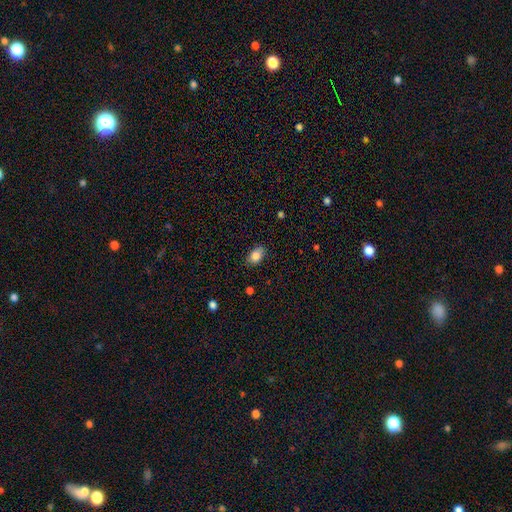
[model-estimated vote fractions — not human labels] Smooth or featured?
  - smooth: 85% *
  - star or artifact: 8%
  - featured or disk: 7%
How rounded?
  - in between: 87% *
  - round: 11%
  - cigar-shaped: 2%
Merging?
  - none: 85% *
  - minor disturbance: 12%
  - major disturbance: 3%
  - merger: 1%